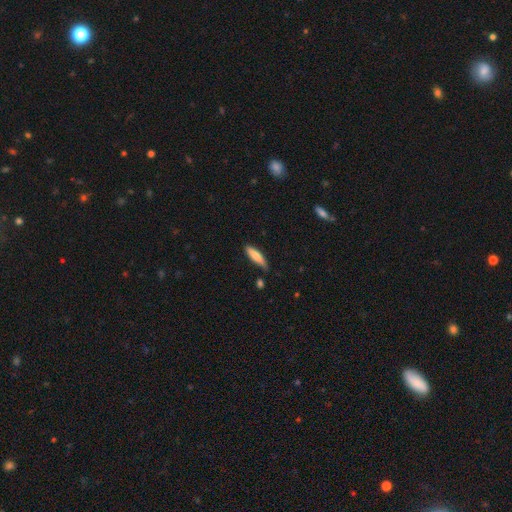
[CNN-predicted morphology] smooth-or-featured: smooth: 74% | featured or disk: 20% | star or artifact: 6%
  how-rounded: cigar-shaped: 71% | in between: 27% | round: 2%
  merging: none: 74% | minor disturbance: 20% | major disturbance: 3% | merger: 3%